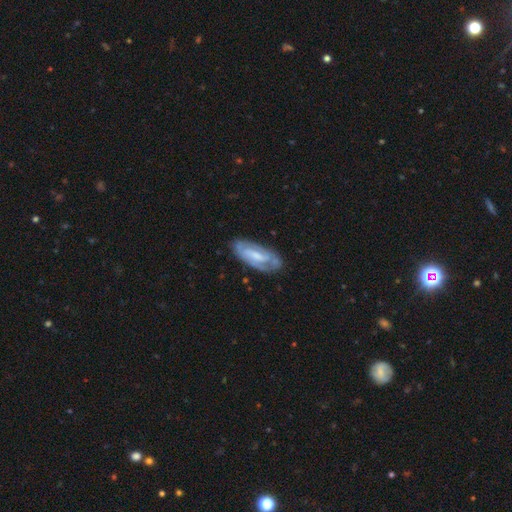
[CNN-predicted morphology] Smooth or featured?
  - featured or disk: 67% *
  - smooth: 27%
  - star or artifact: 6%
Edge-on disk?
  - no: 90% *
  - yes: 10%
Bar?
  - weak: 45% *
  - no: 30%
  - strong: 25%
Spiral arms?
  - yes: 80% *
  - no: 20%
Bulge size?
  - small: 37% *
  - moderate: 36%
  - none: 18%
  - large: 8%
  - dominant: 1%
Merging?
  - none: 72% *
  - minor disturbance: 19%
  - major disturbance: 6%
  - merger: 2%